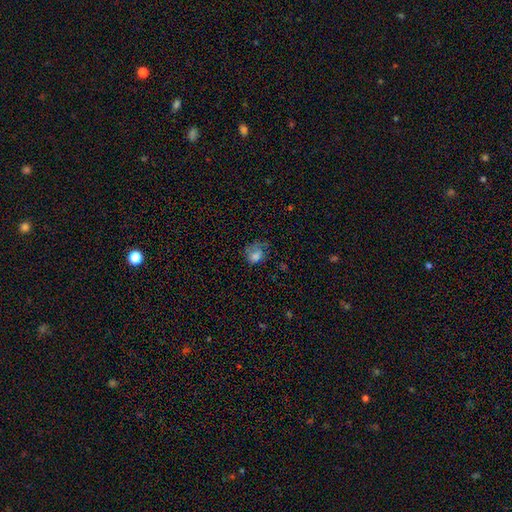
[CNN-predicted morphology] Smooth or featured? Predicted: smooth (p=0.70). How rounded? Predicted: in between (p=0.52). Merging? Predicted: none (p=0.35).